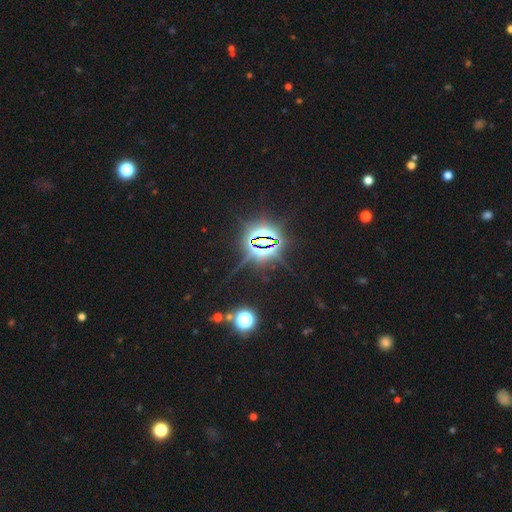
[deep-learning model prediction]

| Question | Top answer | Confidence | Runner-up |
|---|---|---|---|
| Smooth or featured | star or artifact | 82% | smooth (11%) |